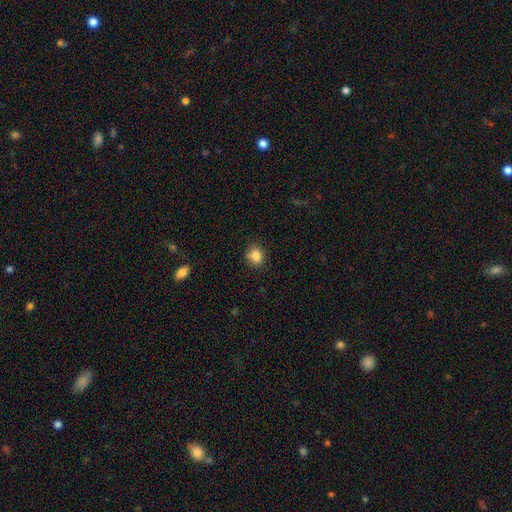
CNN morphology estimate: type=smooth (84%); roundness=round (64%); merging=none (79%).